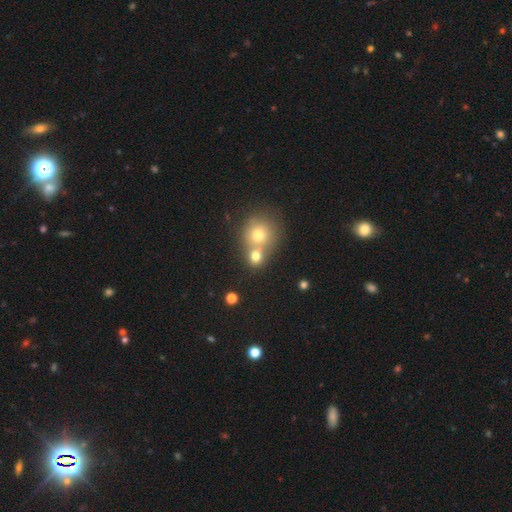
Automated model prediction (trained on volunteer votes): smooth 73%, star or artifact 14%, featured or disk 14%. Down the decision tree: how rounded — round (79%); merging — merger (52%).